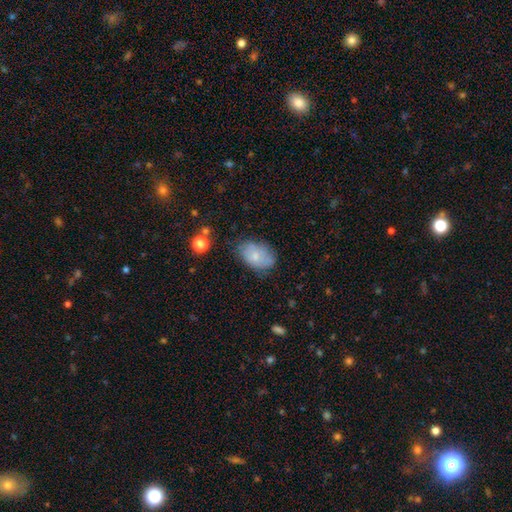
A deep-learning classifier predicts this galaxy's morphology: smooth 70%, featured or disk 21%, star or artifact 8%. Down the decision tree: how rounded — in between (88%); merging — none (68%).